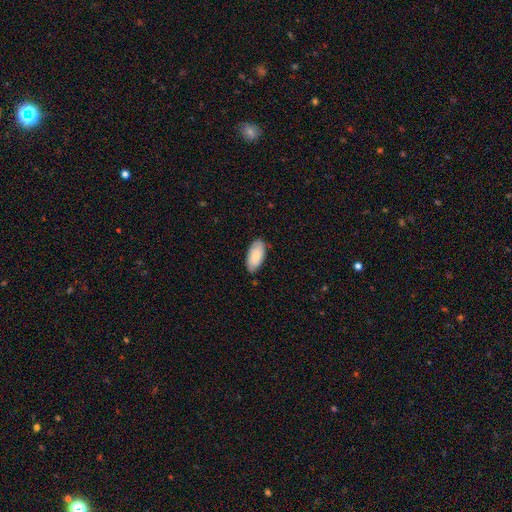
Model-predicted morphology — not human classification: Smooth or featured? Predicted: smooth (p=0.82). How rounded? Predicted: in between (p=0.94). Merging? Predicted: none (p=0.81).